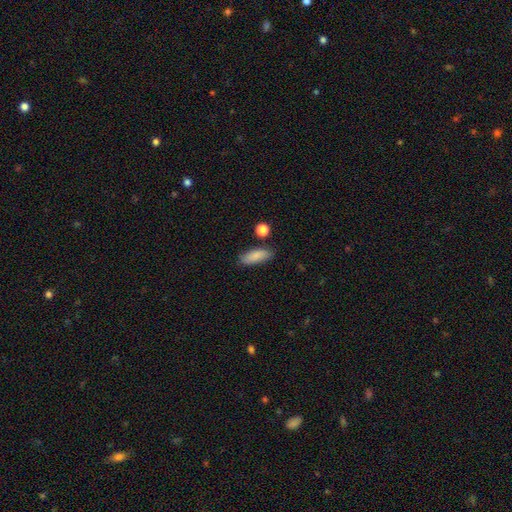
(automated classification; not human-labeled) Smooth or featured? Predicted: smooth (p=0.85). How rounded? Predicted: in between (p=0.72). Merging? Predicted: none (p=0.81).